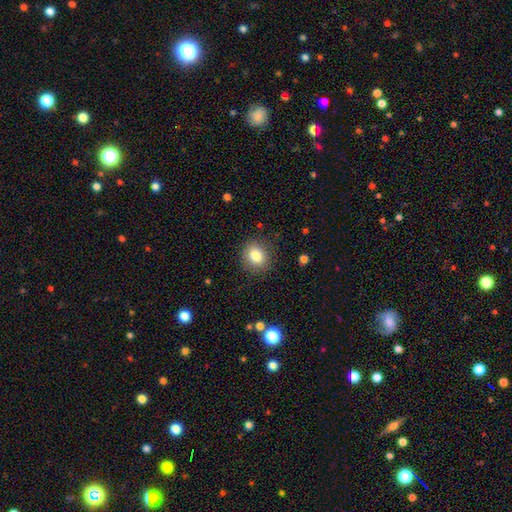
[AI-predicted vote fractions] Smooth or featured? smooth (83%)
How rounded? round (73%)
Merging? none (87%)